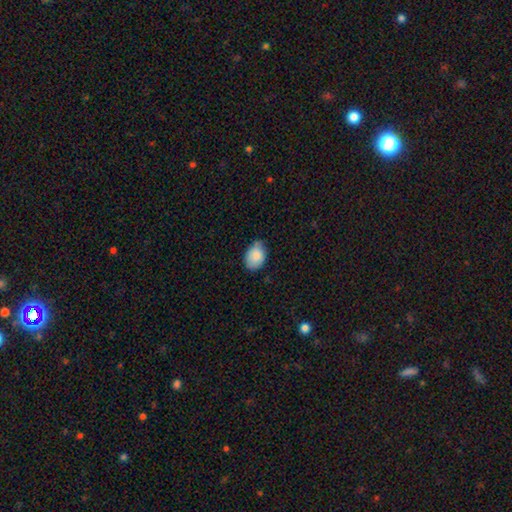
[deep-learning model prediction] Overall: smooth (86%). How rounded: in between (80%). Merging: none (58%; minor disturbance 36%).